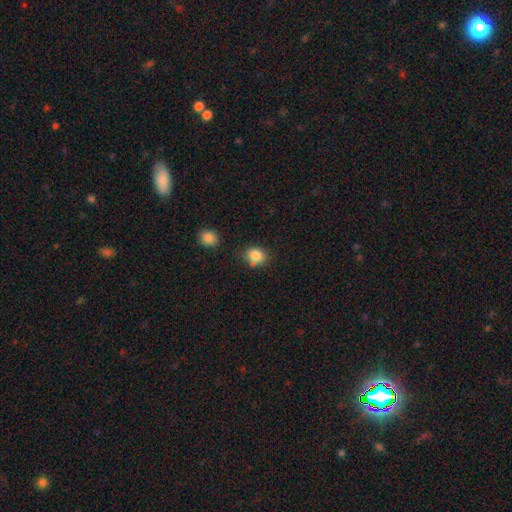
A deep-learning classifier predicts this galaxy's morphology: Smooth or featured?
  - smooth: 85% *
  - star or artifact: 10%
  - featured or disk: 5%
How rounded?
  - round: 66% *
  - in between: 33%
  - cigar-shaped: 1%
Merging?
  - none: 68% *
  - minor disturbance: 19%
  - merger: 8%
  - major disturbance: 5%